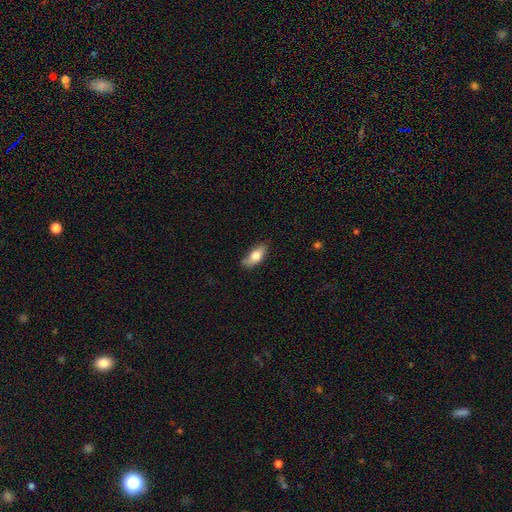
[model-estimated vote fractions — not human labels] smooth-or-featured: smooth: 74% | featured or disk: 20% | star or artifact: 6%
  how-rounded: in between: 82% | cigar-shaped: 14% | round: 3%
  merging: none: 68% | minor disturbance: 25% | major disturbance: 5% | merger: 2%